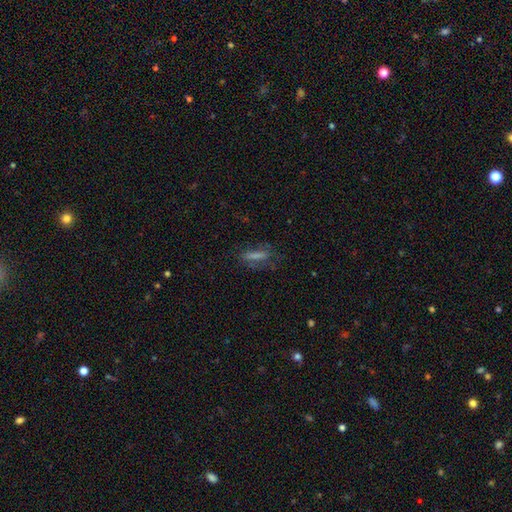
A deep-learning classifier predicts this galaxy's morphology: Overall: smooth (51%; featured or disk 29%). How rounded: cigar-shaped (73%). Merging: none (68%).